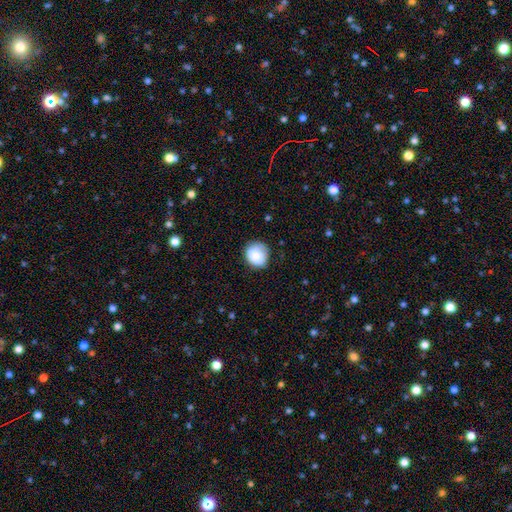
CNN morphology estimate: A smooth galaxy with no disk features (79%) that is round (84%). Merging: none (70%).